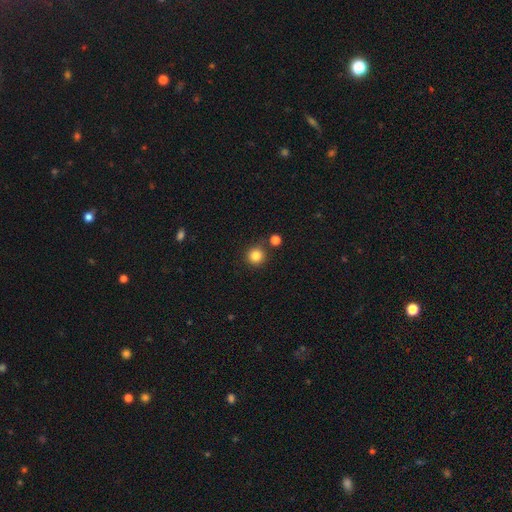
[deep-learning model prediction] Smooth or featured? smooth (83%)
How rounded? round (94%)
Merging? none (81%)